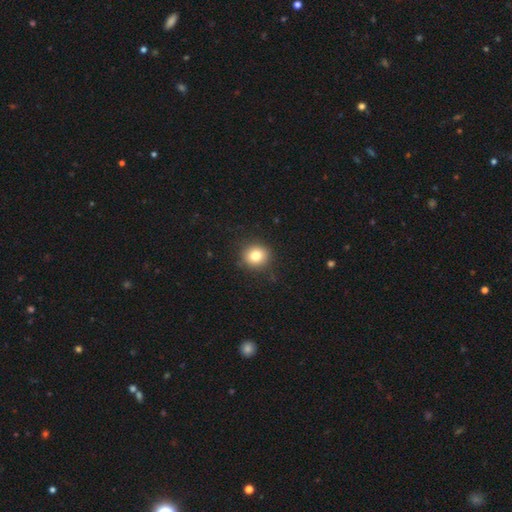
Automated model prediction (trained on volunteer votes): Overall: smooth (81%). How rounded: round (87%). Merging: none (89%).